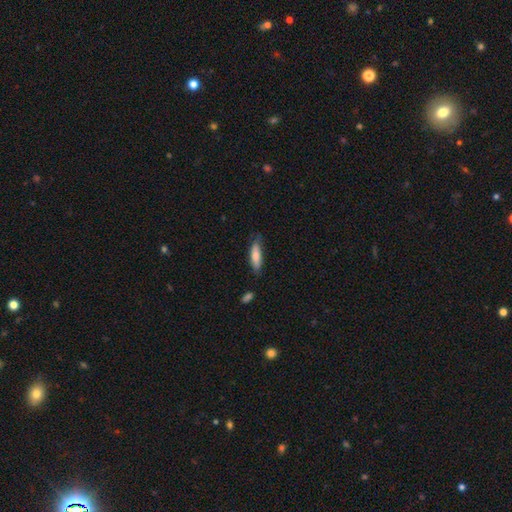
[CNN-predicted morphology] Q: Smooth or featured?
A: smooth (75%); runner-up: featured or disk (19%)
Q: How rounded?
A: cigar-shaped (62%); runner-up: in between (36%)
Q: Merging?
A: none (67%); runner-up: minor disturbance (25%)